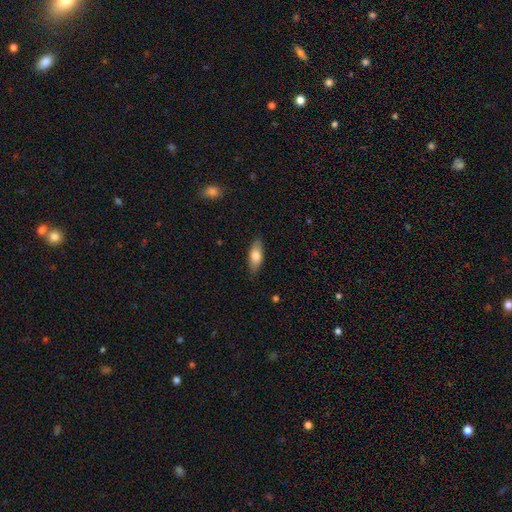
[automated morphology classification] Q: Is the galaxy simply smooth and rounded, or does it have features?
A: smooth — 75%.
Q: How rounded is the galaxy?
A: in between — 74%.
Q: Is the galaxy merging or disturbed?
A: none — 85%.